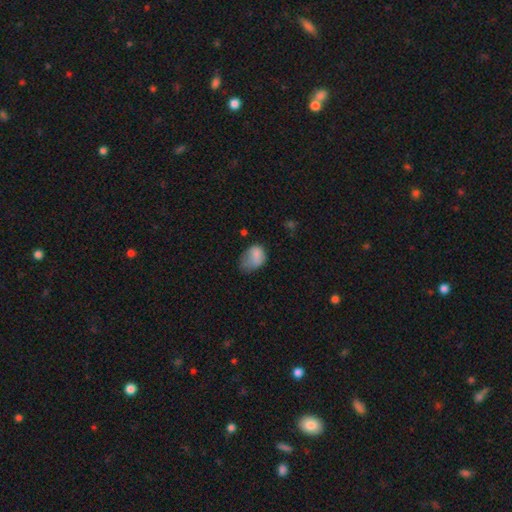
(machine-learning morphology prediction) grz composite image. It shows a smooth galaxy with no disk features (78%) that is in between round and cigar-shaped (73%). Merging: minor disturbance (41%).